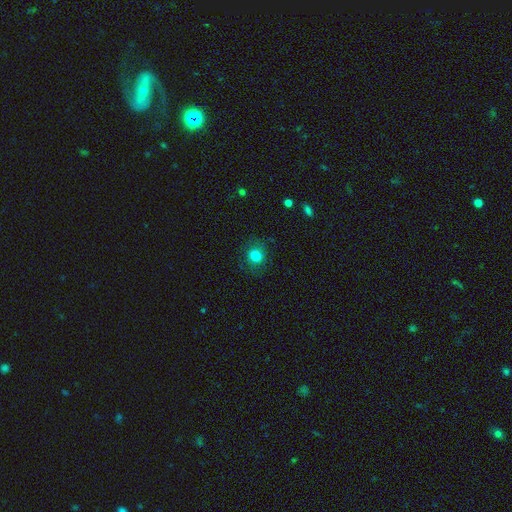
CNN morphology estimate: type=smooth (80%); roundness=round (79%); merging=none (82%).